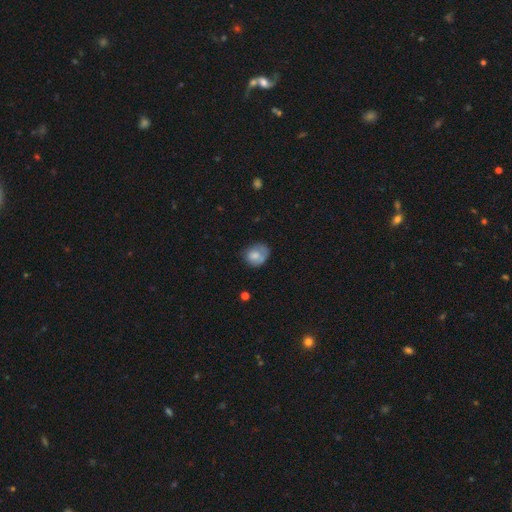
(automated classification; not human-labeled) A smooth galaxy with no disk features (69%) that is round (58%).

Vote fractions:
- Smooth or featured? smooth: 69% / featured or disk: 22% / star or artifact: 8%
- How rounded? round: 58% / in between: 41% / cigar-shaped: 1%
- Merging? none: 52% / minor disturbance: 30% / major disturbance: 15% / merger: 3%